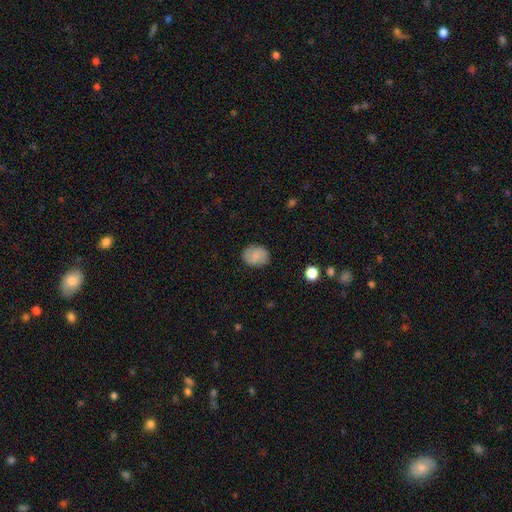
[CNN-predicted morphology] smooth_or_featured: smooth (p=0.67) [alt: featured or disk p=0.25]
how_rounded: round (p=0.57) [alt: in between p=0.42]
merging: none (p=0.84) [alt: minor disturbance p=0.12]